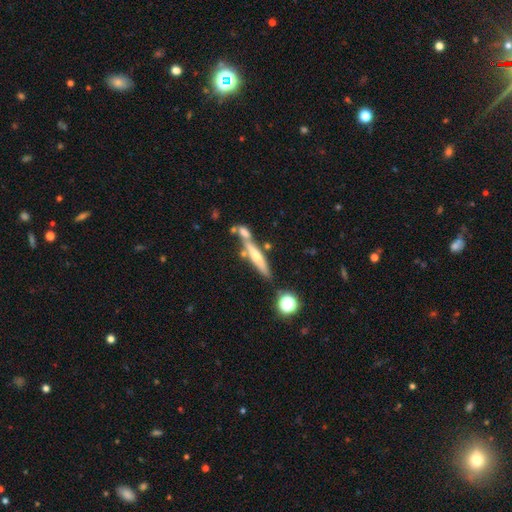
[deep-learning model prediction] A featured or disk galaxy (59%) viewed edge-on (90%) with a rounded central bulge (72%). Merging: none (59%).